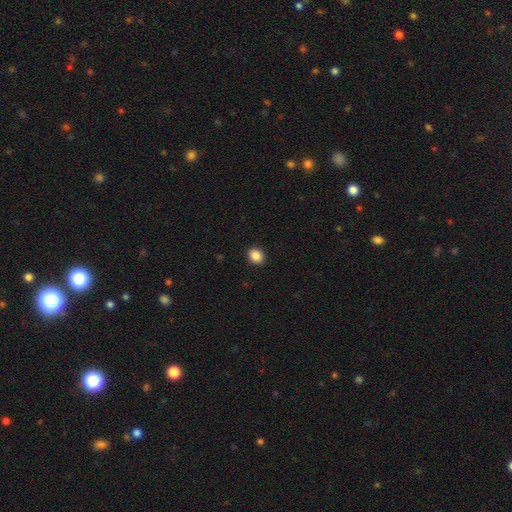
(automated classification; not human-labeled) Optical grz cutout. It shows a smooth galaxy with no disk features (88%) that is round (58%). Merging: none (92%).